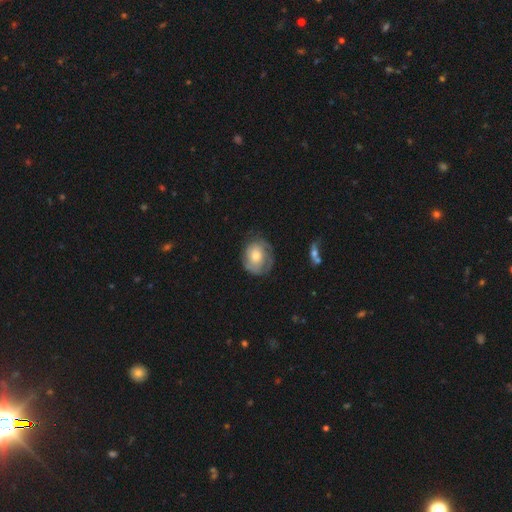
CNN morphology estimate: Smooth or featured?
  - featured or disk: 49% *
  - smooth: 44%
  - star or artifact: 7%
Merging?
  - none: 62% *
  - minor disturbance: 25%
  - major disturbance: 12%
  - merger: 2%